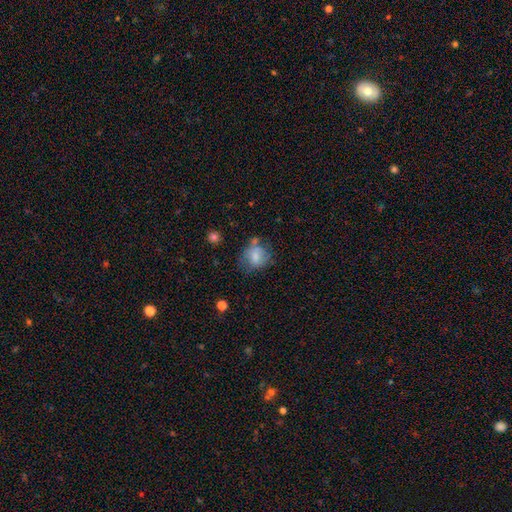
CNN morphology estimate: Smooth or featured?
  - smooth: 71% *
  - featured or disk: 20%
  - star or artifact: 9%
How rounded?
  - round: 64% *
  - in between: 35%
  - cigar-shaped: 1%
Merging?
  - none: 48% *
  - minor disturbance: 27%
  - major disturbance: 14%
  - merger: 10%